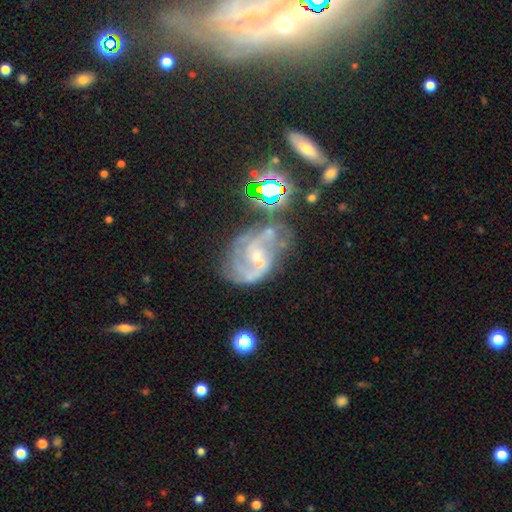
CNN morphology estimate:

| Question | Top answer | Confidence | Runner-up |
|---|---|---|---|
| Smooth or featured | featured or disk | 78% | star or artifact (12%) |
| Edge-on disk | no | 97% | yes (3%) |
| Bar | no | 45% | weak (42%) |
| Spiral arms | yes | 88% | no (12%) |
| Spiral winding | medium | 47% | loose (28%) |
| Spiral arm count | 2 | 57% | can't tell (20%) |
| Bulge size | small | 65% | moderate (24%) |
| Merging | none | 43% | minor disturbance (21%) |